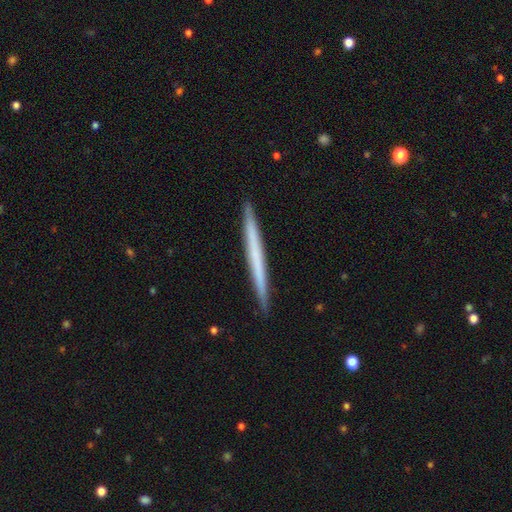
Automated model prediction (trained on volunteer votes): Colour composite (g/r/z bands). It shows a smooth galaxy with no disk features (50%) that is cigar-shaped (98%). Merging: none (92%).